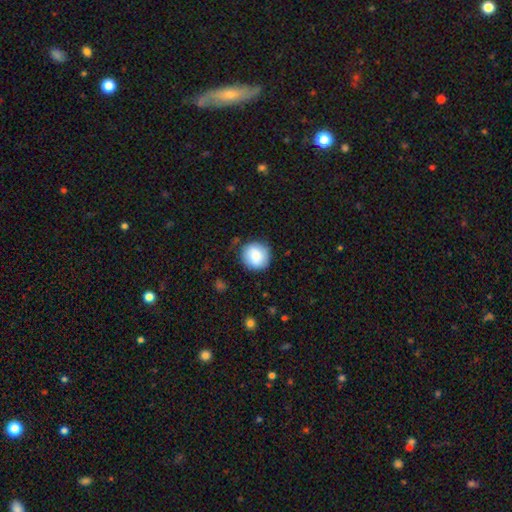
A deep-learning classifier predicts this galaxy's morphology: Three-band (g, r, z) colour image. It shows a smooth galaxy with no disk features (84%) that is round (92%). Merging: none (83%).